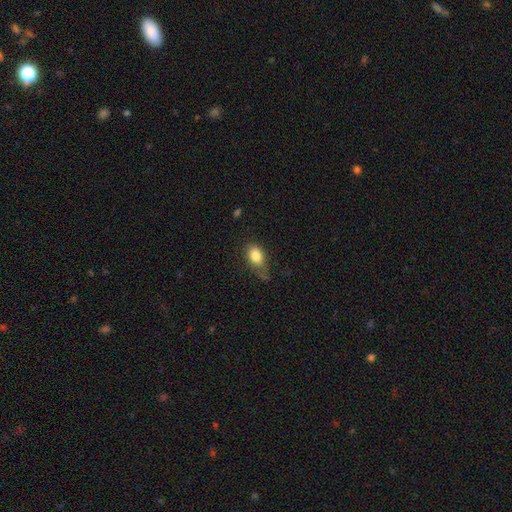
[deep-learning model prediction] Smooth or featured? Predicted: smooth (p=0.83). How rounded? Predicted: in between (p=0.79). Merging? Predicted: none (p=0.46).